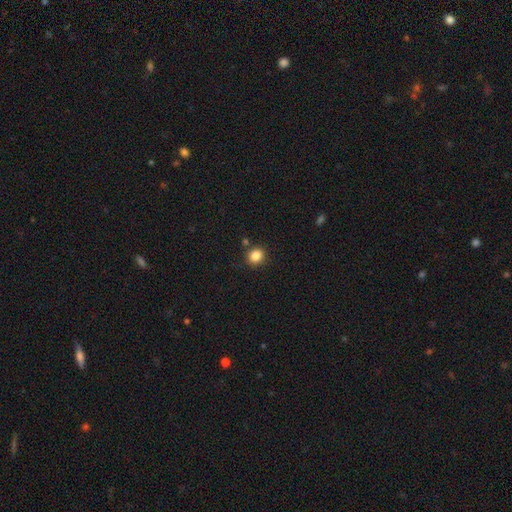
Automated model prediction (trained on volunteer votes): Smooth or featured?
  - smooth: 84% *
  - star or artifact: 11%
  - featured or disk: 5%
How rounded?
  - round: 76% *
  - in between: 23%
  - cigar-shaped: 1%
Merging?
  - none: 83% *
  - minor disturbance: 9%
  - merger: 5%
  - major disturbance: 3%